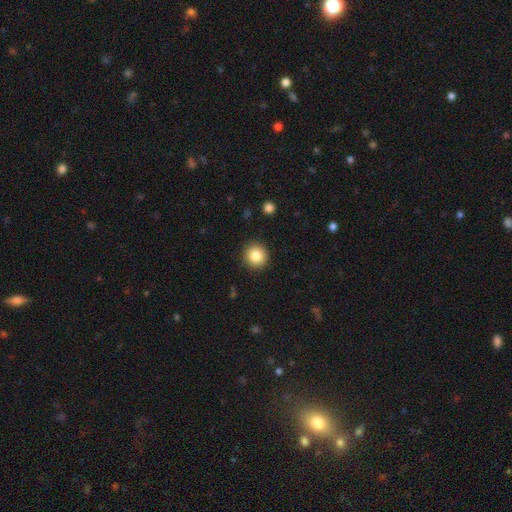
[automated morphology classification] smooth_or_featured: smooth (p=0.84) [alt: star or artifact p=0.10]
how_rounded: round (p=0.94) [alt: in between p=0.05]
merging: none (p=0.91) [alt: minor disturbance p=0.06]